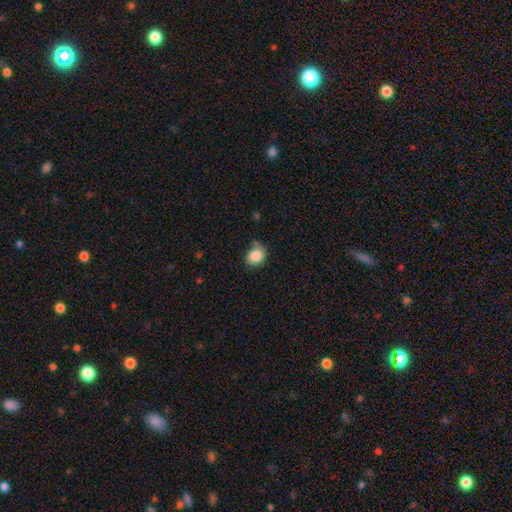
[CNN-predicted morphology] smooth-or-featured: smooth: 86% | star or artifact: 8% | featured or disk: 6%
  how-rounded: round: 59% | in between: 40% | cigar-shaped: 1%
  merging: none: 64% | minor disturbance: 26% | major disturbance: 6% | merger: 4%